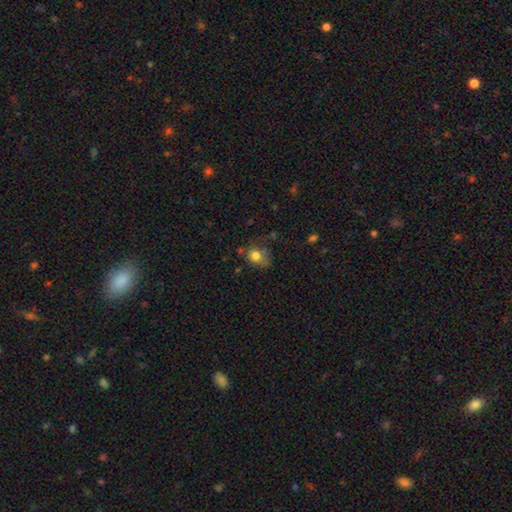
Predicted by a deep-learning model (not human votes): smooth 77%, featured or disk 12%, star or artifact 11%. Down the decision tree: how rounded — round (54%); merging — none (43%).